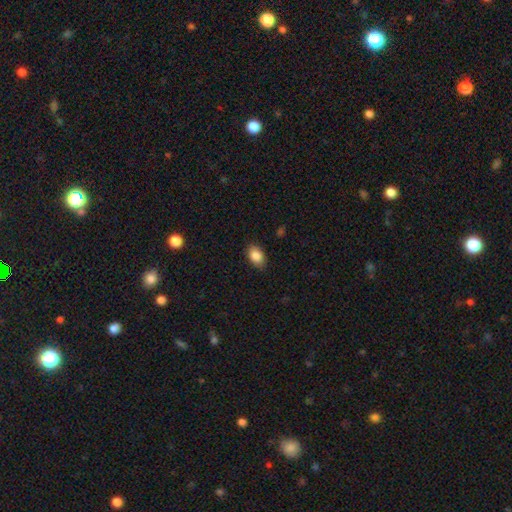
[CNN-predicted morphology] type=smooth (87%); roundness=in between (86%); merging=none (85%).